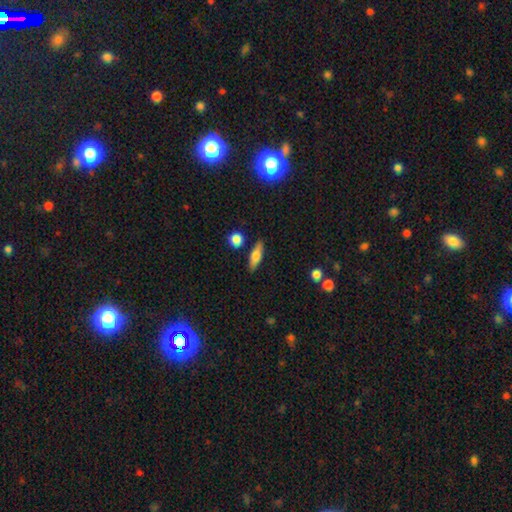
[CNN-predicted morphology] Smooth or featured: smooth — 60% (featured or disk — 33%)
How rounded: cigar-shaped — 50% (in between — 45%)
Merging: none — 84% (minor disturbance — 10%)